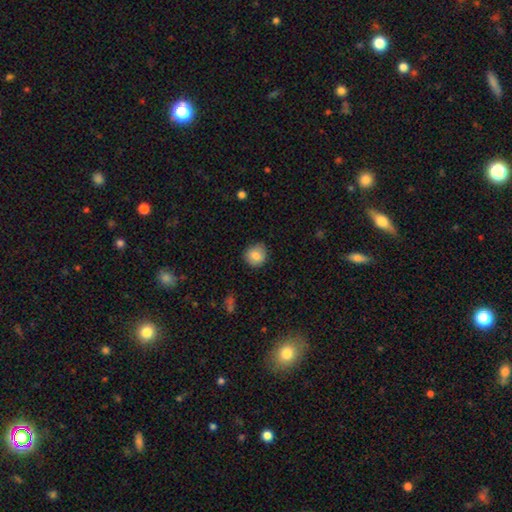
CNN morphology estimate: smooth_or_featured: smooth (p=0.86) [alt: star or artifact p=0.08]
how_rounded: round (p=0.88) [alt: in between p=0.11]
merging: none (p=0.83) [alt: minor disturbance p=0.13]